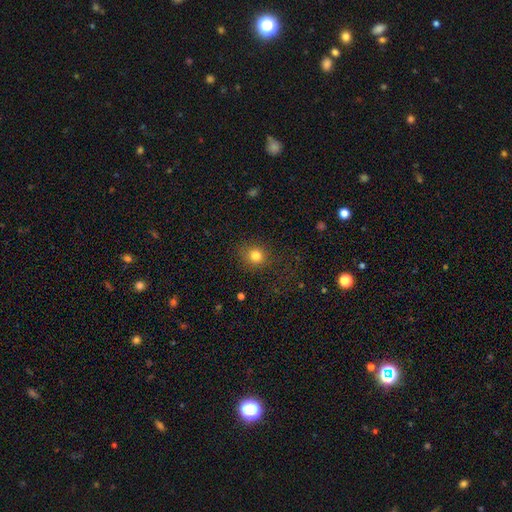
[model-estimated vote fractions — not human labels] Smooth or featured?
  - smooth: 81% *
  - star or artifact: 13%
  - featured or disk: 6%
How rounded?
  - round: 82% *
  - in between: 17%
  - cigar-shaped: 1%
Merging?
  - none: 83% *
  - minor disturbance: 11%
  - major disturbance: 5%
  - merger: 1%